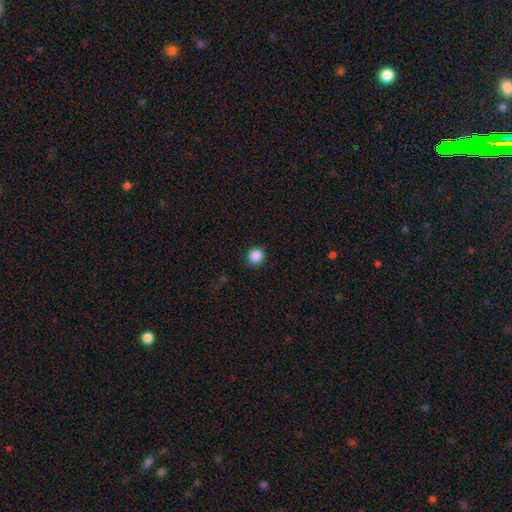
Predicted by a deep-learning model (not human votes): This appears to be a smooth galaxy with no disk features (87%) that is round (94%). Merging: none (91%).